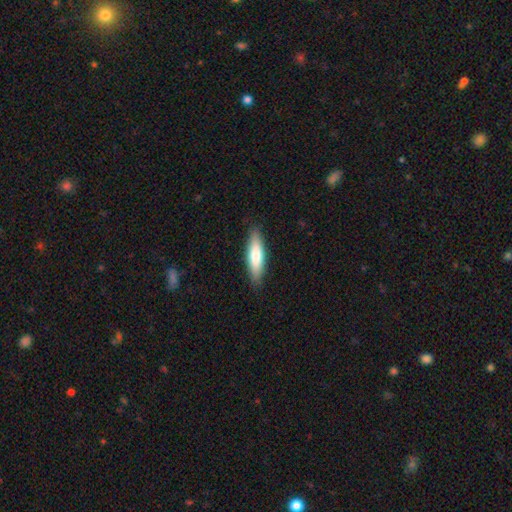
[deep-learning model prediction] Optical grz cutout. It shows a smooth galaxy with no disk features (74%) that is cigar-shaped (62%). Merging: none (87%).